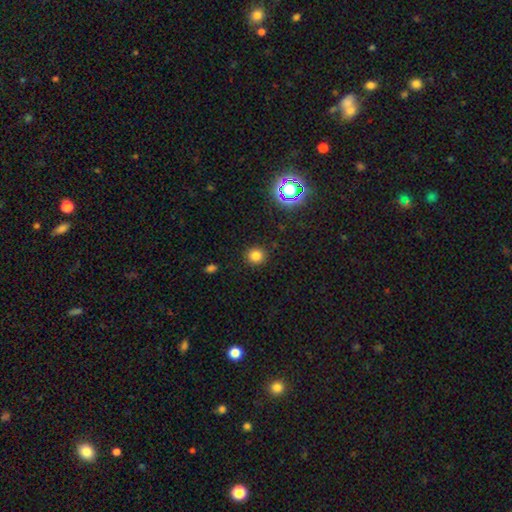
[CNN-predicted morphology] smooth 80%, star or artifact 15%, featured or disk 5%. Down the decision tree: how rounded — round (89%); merging — none (90%).